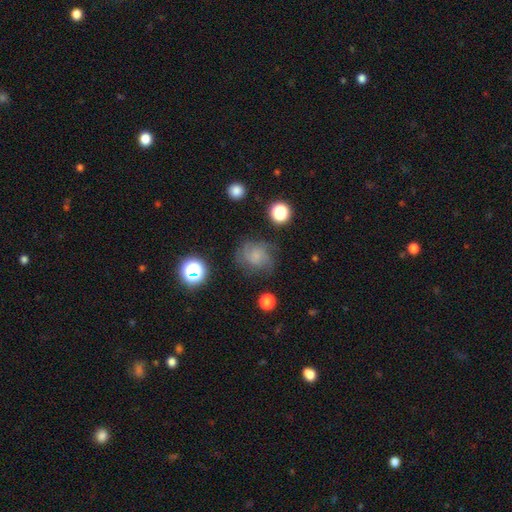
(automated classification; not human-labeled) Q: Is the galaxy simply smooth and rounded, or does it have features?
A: smooth — 44%.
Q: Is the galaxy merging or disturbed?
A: none — 62%.